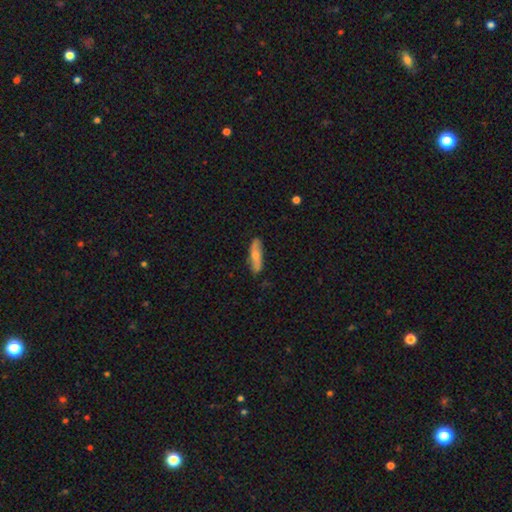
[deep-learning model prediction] This is likely a smooth galaxy (64%). How rounded: likely cigar-shaped (64%). Merging: clearly none (83%).